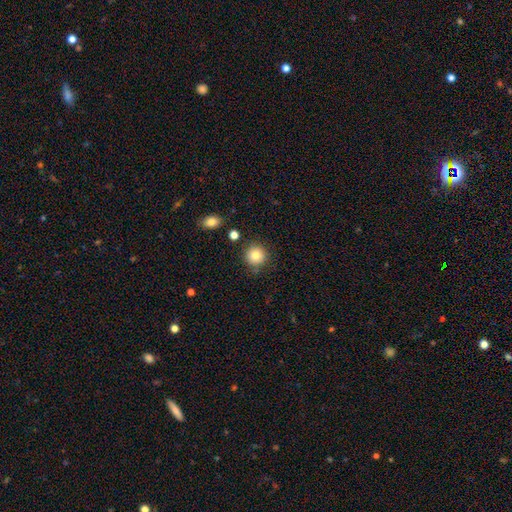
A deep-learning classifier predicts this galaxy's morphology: Smooth or featured?
  - smooth: 83% *
  - star or artifact: 10%
  - featured or disk: 7%
How rounded?
  - round: 93% *
  - in between: 6%
  - cigar-shaped: 1%
Merging?
  - none: 85% *
  - minor disturbance: 9%
  - merger: 4%
  - major disturbance: 3%